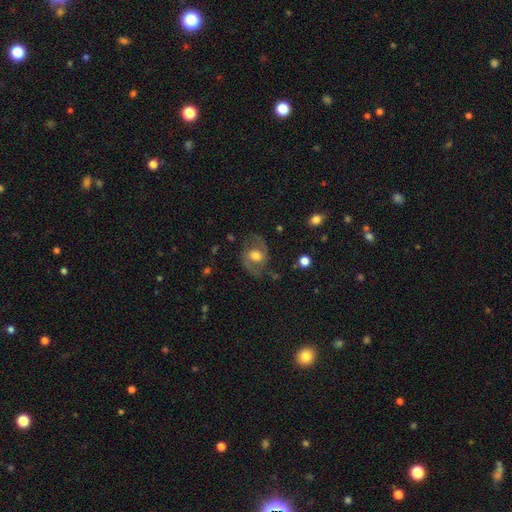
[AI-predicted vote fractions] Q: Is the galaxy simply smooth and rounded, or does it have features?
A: featured or disk — 57%.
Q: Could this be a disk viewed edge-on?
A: no — 95%.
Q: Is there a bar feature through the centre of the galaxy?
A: no — 63%.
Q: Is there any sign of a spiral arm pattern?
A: yes — 66%.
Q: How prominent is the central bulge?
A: moderate — 58%.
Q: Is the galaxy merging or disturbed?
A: none — 69%.